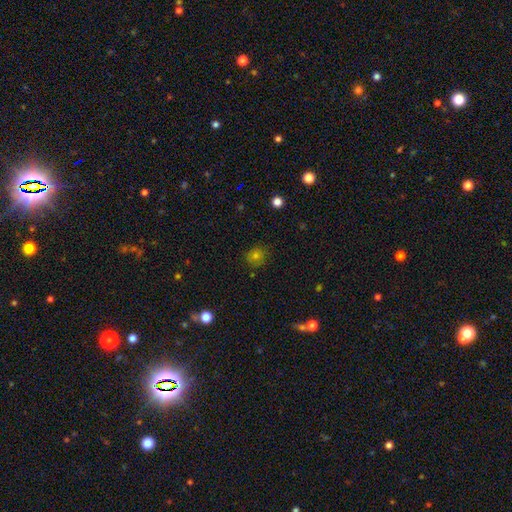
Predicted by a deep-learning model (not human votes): The model was most divided on "smooth or featured": smooth: 72%, star or artifact: 20%, featured or disk: 8%. More confident: how rounded — round (86%); merging — none (84%).